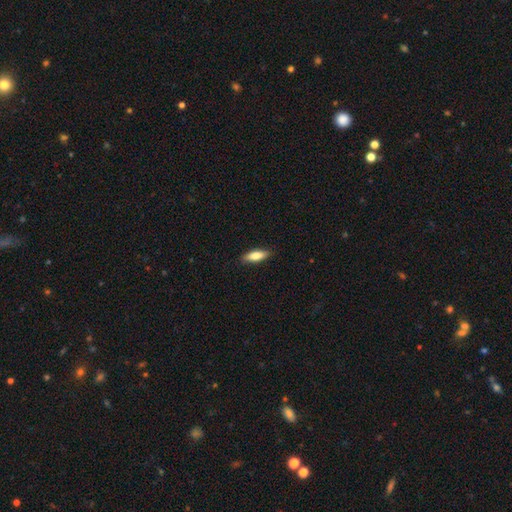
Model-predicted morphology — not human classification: Smooth or featured?
  - smooth: 78% *
  - featured or disk: 16%
  - star or artifact: 6%
How rounded?
  - in between: 55% *
  - cigar-shaped: 43%
  - round: 2%
Merging?
  - none: 87% *
  - minor disturbance: 10%
  - major disturbance: 2%
  - merger: 1%